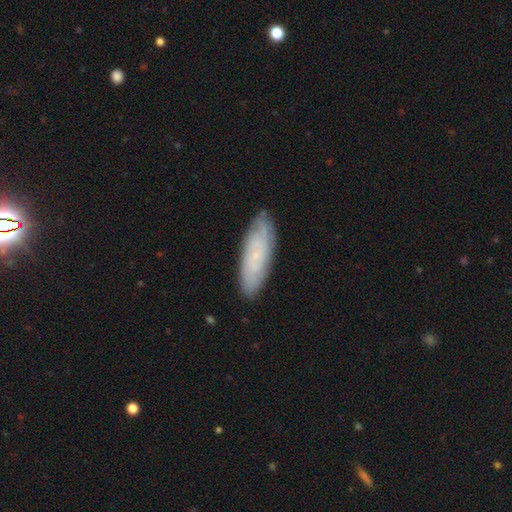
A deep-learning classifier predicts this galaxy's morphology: Q: Smooth or featured?
A: featured or disk (52%); runner-up: smooth (40%)
Q: Edge-on disk?
A: no (81%); runner-up: yes (19%)
Q: Merging?
A: none (83%); runner-up: minor disturbance (13%)